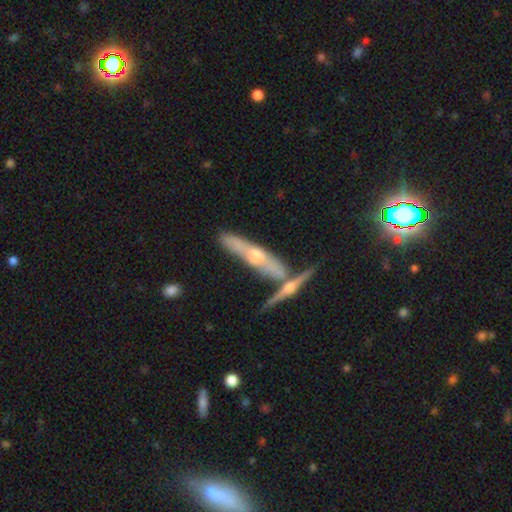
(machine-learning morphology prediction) Q: Smooth or featured?
A: featured or disk (65%); runner-up: smooth (22%)
Q: Edge-on disk?
A: yes (83%); runner-up: no (17%)
Q: Edge-on bulge?
A: rounded (83%); runner-up: none (11%)
Q: Merging?
A: none (49%); runner-up: merger (31%)